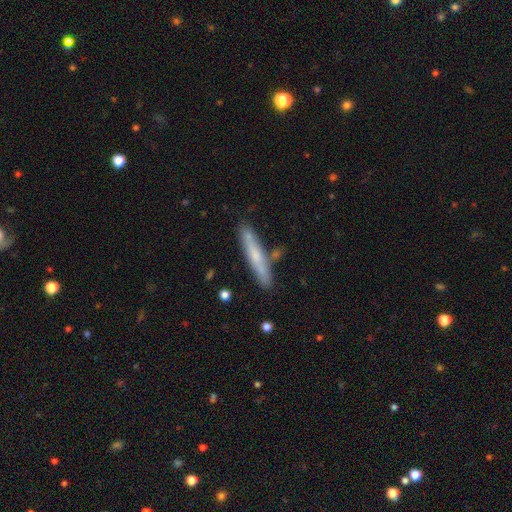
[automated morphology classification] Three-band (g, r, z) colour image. It shows a smooth galaxy with no disk features (58%) that is cigar-shaped (93%). Merging: none (82%).